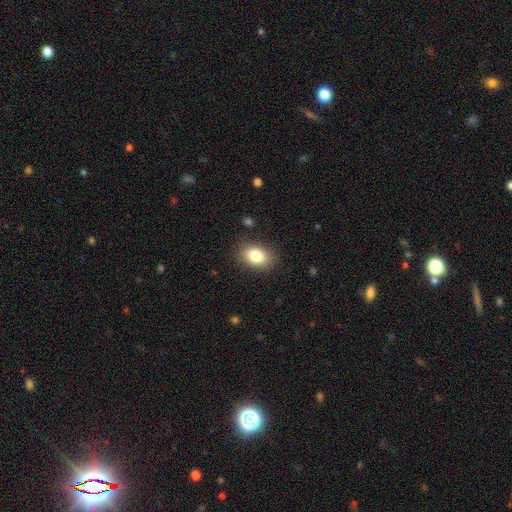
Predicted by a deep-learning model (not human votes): Morphology: type=smooth (83%); roundness=in between (83%); merging=none (85%).